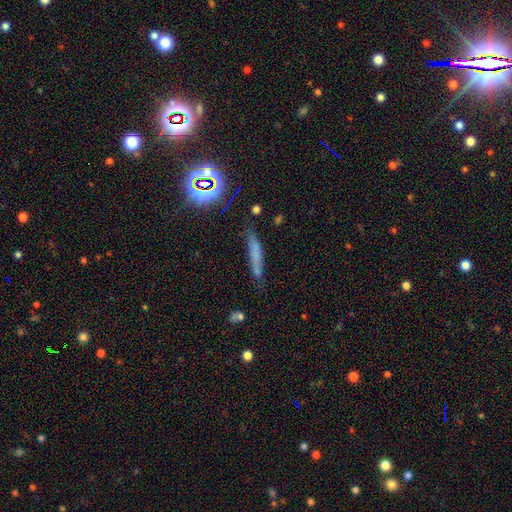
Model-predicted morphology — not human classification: A smooth galaxy with no disk features (59%) that is cigar-shaped (89%).

Vote fractions:
- Smooth or featured? smooth: 59% / featured or disk: 24% / star or artifact: 17%
- How rounded? cigar-shaped: 89% / in between: 9% / round: 3%
- Merging? none: 65% / minor disturbance: 22% / major disturbance: 7% / merger: 6%